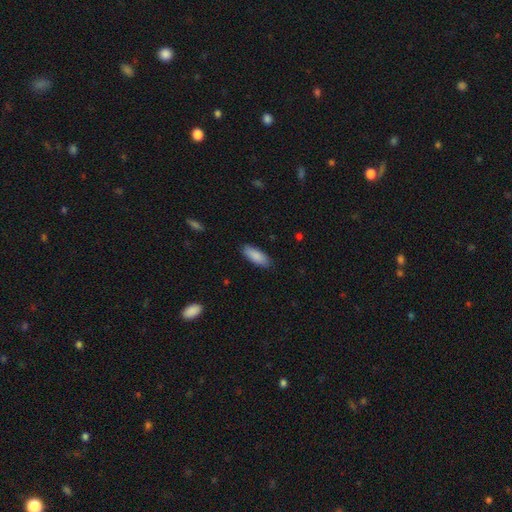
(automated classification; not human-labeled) A smooth galaxy with no disk features (89%) that is in between round and cigar-shaped (72%).

Vote fractions:
- Smooth or featured? smooth: 89% / star or artifact: 6% / featured or disk: 6%
- How rounded? in between: 72% / cigar-shaped: 26% / round: 2%
- Merging? none: 86% / minor disturbance: 11% / major disturbance: 2% / merger: 1%